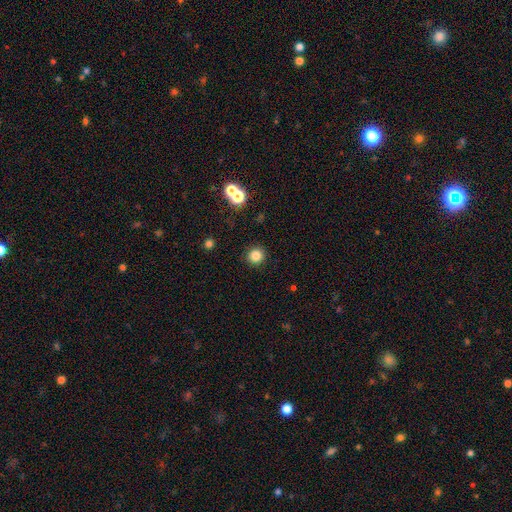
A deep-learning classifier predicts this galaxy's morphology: This appears to be a smooth galaxy with no disk features (83%) that is round (93%). Merging: none (91%).